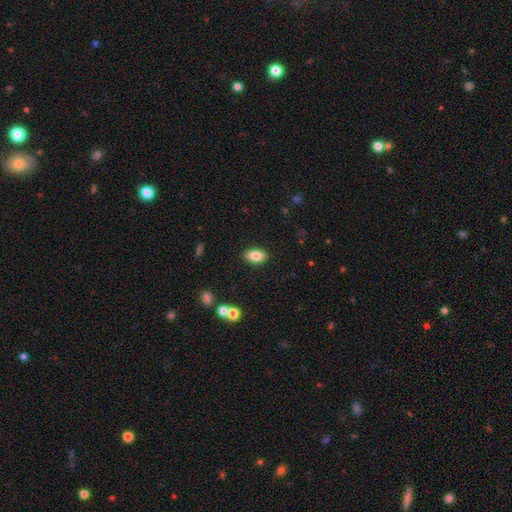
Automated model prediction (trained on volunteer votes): A smooth galaxy with no disk features (82%) that is in between round and cigar-shaped (90%). Merging: none (88%).